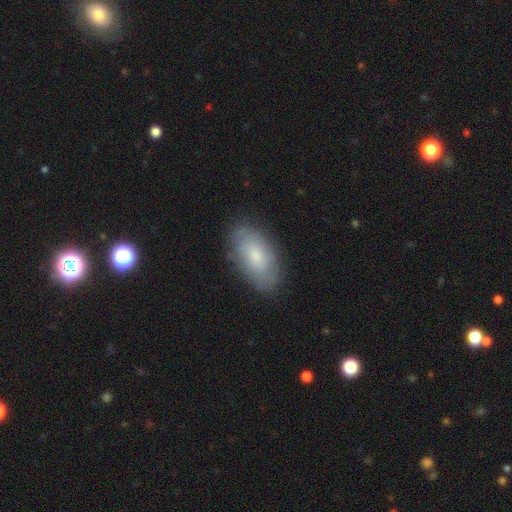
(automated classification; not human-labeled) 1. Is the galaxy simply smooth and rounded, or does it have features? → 68% smooth, 26% featured or disk, 7% star or artifact.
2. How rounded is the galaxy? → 94% in between, 3% cigar-shaped, 3% round.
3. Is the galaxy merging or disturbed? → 81% none, 15% minor disturbance, 3% major disturbance, 1% merger.